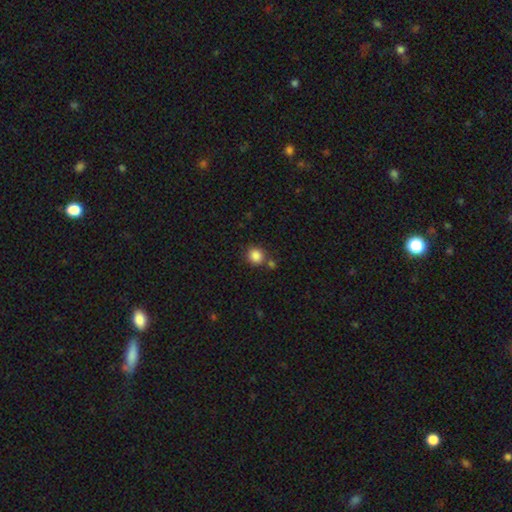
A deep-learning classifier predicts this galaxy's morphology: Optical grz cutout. It shows a smooth galaxy with no disk features (86%) that is round (88%). Merging: none (74%).